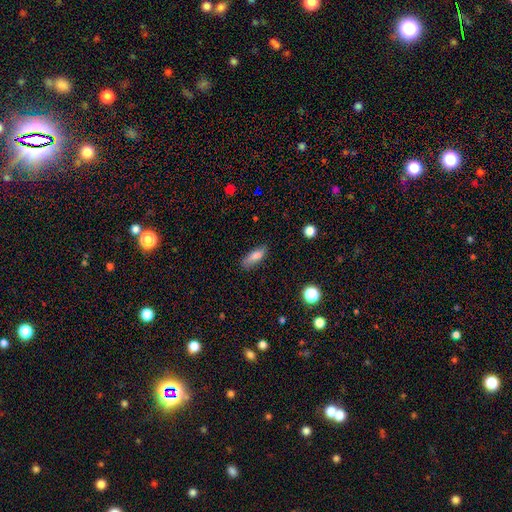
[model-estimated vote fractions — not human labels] Q: Smooth or featured?
A: smooth (78%); runner-up: featured or disk (14%)
Q: How rounded?
A: in between (60%); runner-up: cigar-shaped (37%)
Q: Merging?
A: none (75%); runner-up: minor disturbance (19%)